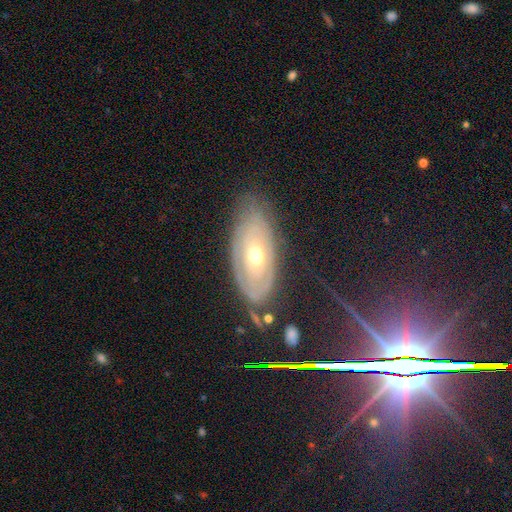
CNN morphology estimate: A featured or disk galaxy (64%) with no bar (68%), spiral arms (56%) and a moderate central bulge (63%).

Vote fractions:
- Smooth or featured? featured or disk: 64% / smooth: 23% / star or artifact: 14%
- Edge-on disk? no: 80% / yes: 20%
- Bar? no: 68% / weak: 24% / strong: 9%
- Spiral arms? yes: 56% / no: 44%
- Bulge size? moderate: 63% / small: 33% / large: 3% / dominant: 1% / none: 1%
- Merging? none: 78% / minor disturbance: 16% / major disturbance: 5% / merger: 1%